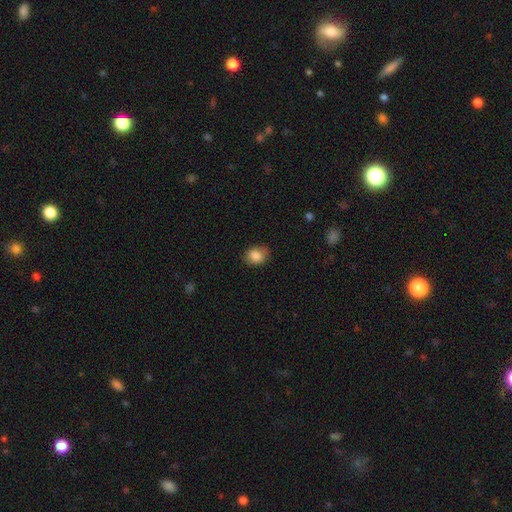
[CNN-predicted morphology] Q: Smooth or featured?
A: smooth (86%); runner-up: star or artifact (8%)
Q: How rounded?
A: in between (50%); runner-up: round (49%)
Q: Merging?
A: none (71%); runner-up: minor disturbance (22%)